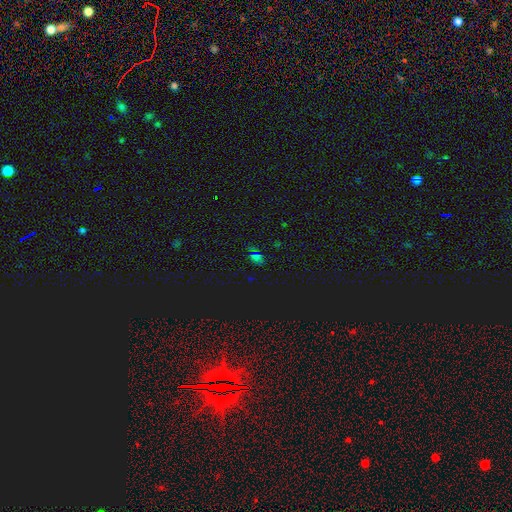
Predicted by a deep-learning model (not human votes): The model was most divided on "smooth or featured": star or artifact: 51%, smooth: 39%, featured or disk: 10%.